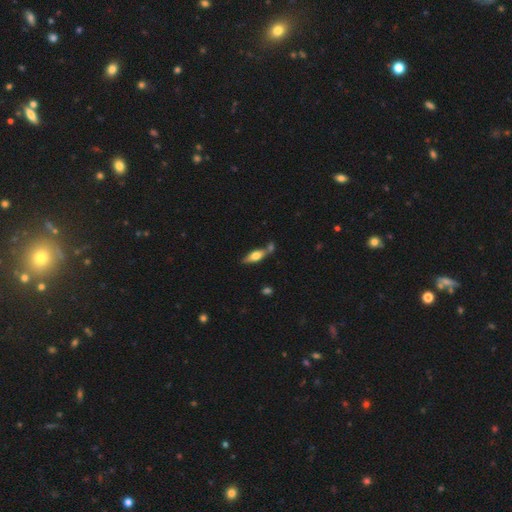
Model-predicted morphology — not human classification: A smooth galaxy with no disk features (55%) that is in between round and cigar-shaped (56%). Merging: none (56%).